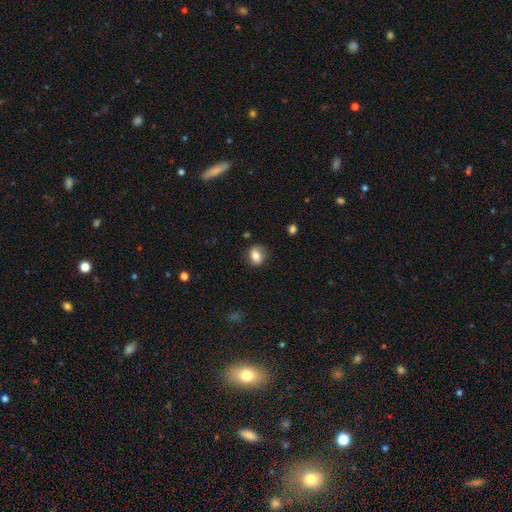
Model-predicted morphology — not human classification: Overall: smooth (77%). How rounded: in between (50%; round 49%). Merging: none (76%).